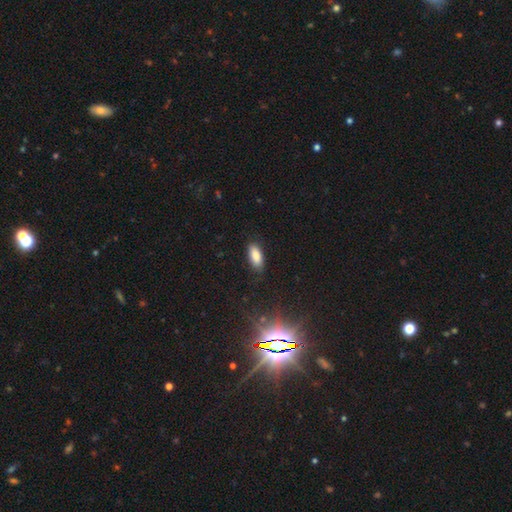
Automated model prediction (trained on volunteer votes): smooth-or-featured: smooth: 87% | star or artifact: 8% | featured or disk: 5%
  how-rounded: in between: 85% | cigar-shaped: 13% | round: 2%
  merging: none: 84% | minor disturbance: 12% | major disturbance: 3% | merger: 1%